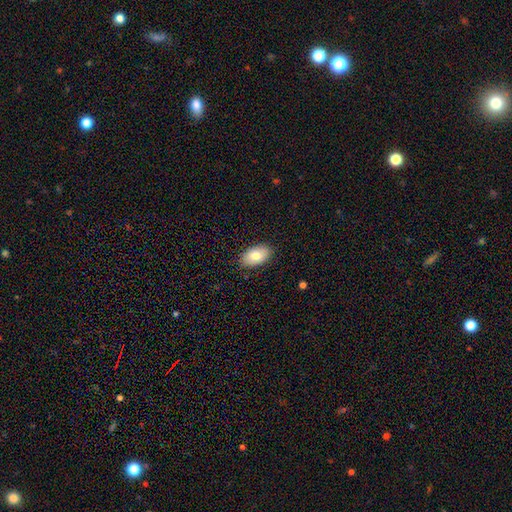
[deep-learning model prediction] Q: Smooth or featured?
A: smooth (78%); runner-up: featured or disk (15%)
Q: How rounded?
A: in between (94%); runner-up: round (5%)
Q: Merging?
A: none (86%); runner-up: minor disturbance (11%)